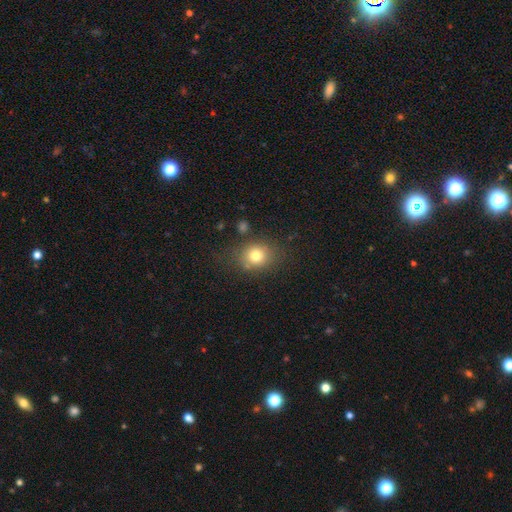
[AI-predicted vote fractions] Smooth or featured? smooth (77%)
How rounded? round (63%)
Merging? none (75%)